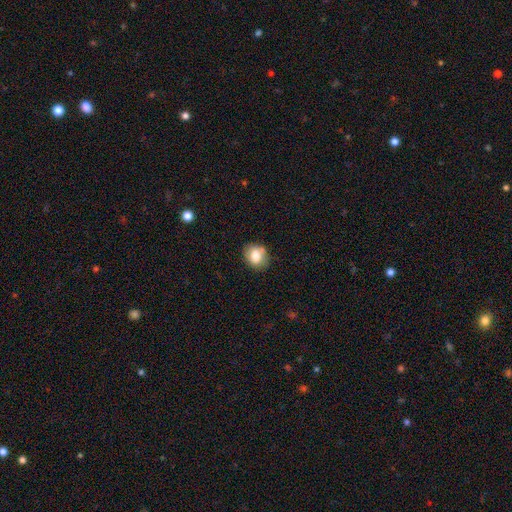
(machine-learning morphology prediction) Overall: smooth (79%). How rounded: round (60%; in between 39%). Merging: none (74%).